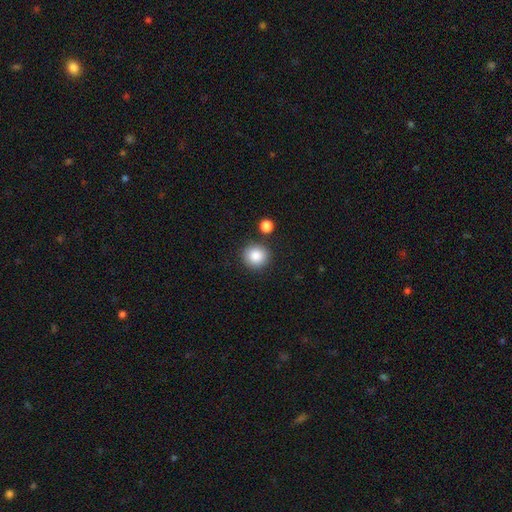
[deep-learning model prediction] smooth_or_featured: smooth (p=0.87) [alt: star or artifact p=0.09]
how_rounded: round (p=0.93) [alt: in between p=0.06]
merging: none (p=0.85) [alt: minor disturbance p=0.08]